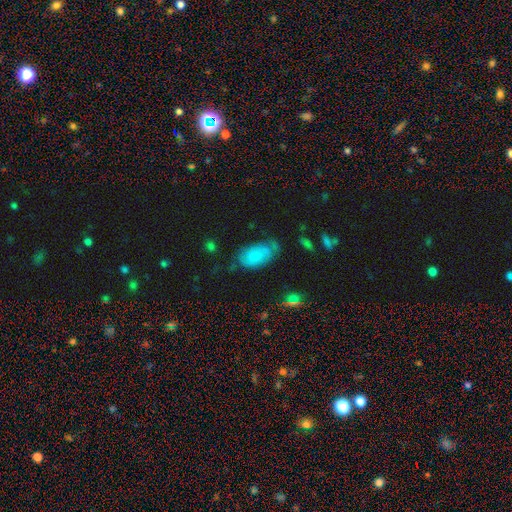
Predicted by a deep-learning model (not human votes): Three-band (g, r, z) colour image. It shows a smooth galaxy with no disk features (72%) that is in between round and cigar-shaped (94%). Merging: none (52%).